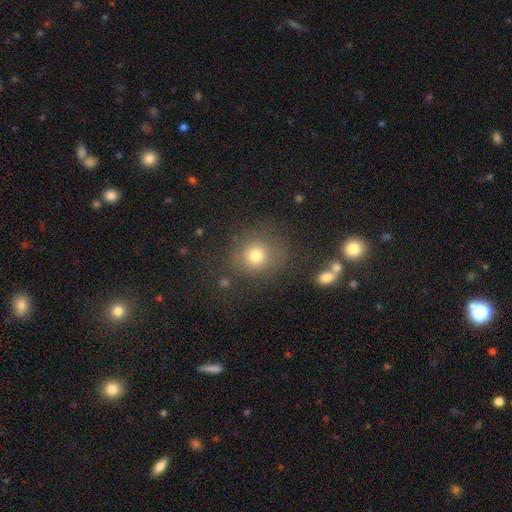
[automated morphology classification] A smooth galaxy with no disk features (75%) that is round (82%). Merging: none (75%).